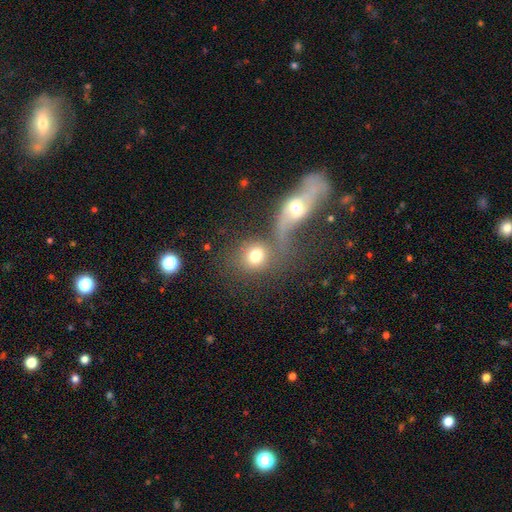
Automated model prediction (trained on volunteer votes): Smooth or featured? smooth (71%)
How rounded? round (70%)
Merging? merger (46%)